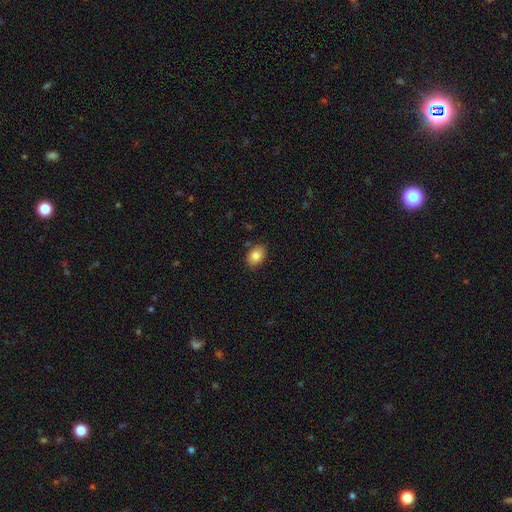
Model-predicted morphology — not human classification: Overall: smooth (84%). How rounded: in between (79%). Merging: none (84%).